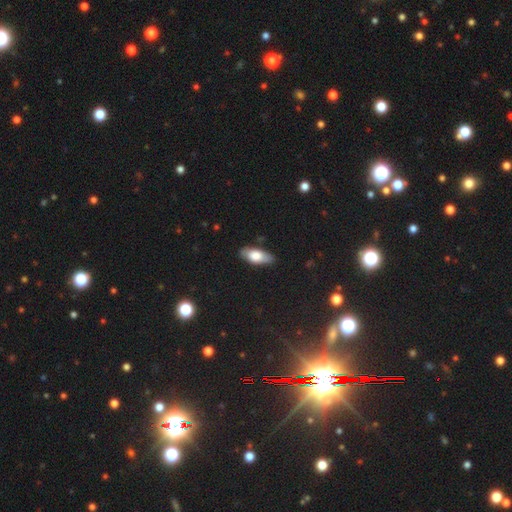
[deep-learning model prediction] The model was most divided on "smooth or featured": smooth: 71%, featured or disk: 23%, star or artifact: 6%. More confident: how rounded — in between (82%); merging — none (81%).